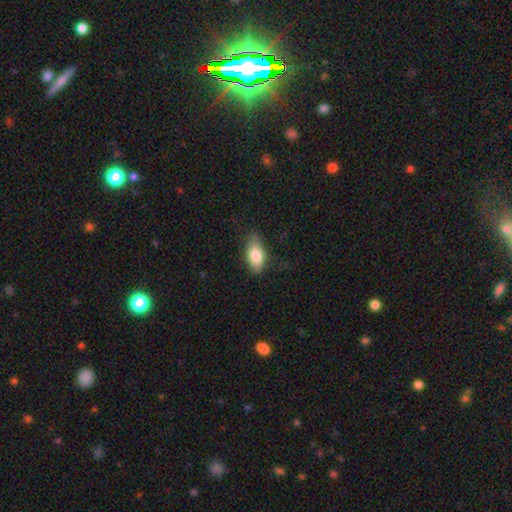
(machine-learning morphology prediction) Smooth or featured? Predicted: smooth (p=0.80). How rounded? Predicted: in between (p=0.88). Merging? Predicted: none (p=0.75).